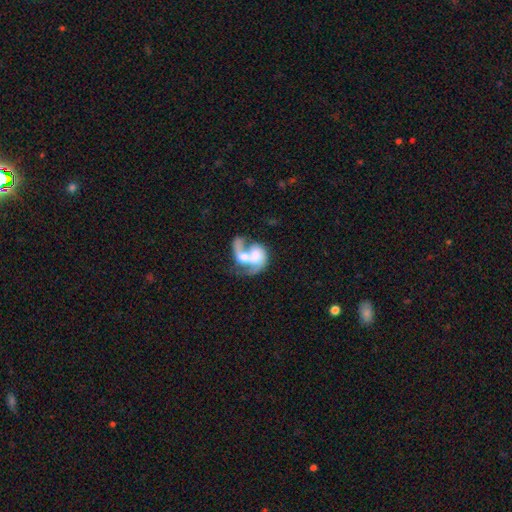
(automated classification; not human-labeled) Overall: featured or disk (60%; smooth 33%). Edge-on disk: no (97%). Bar: no (75%). Spiral arms: yes (63%; no 37%). Bulge size: moderate (33%; large 28%). Merging: merger (69%).